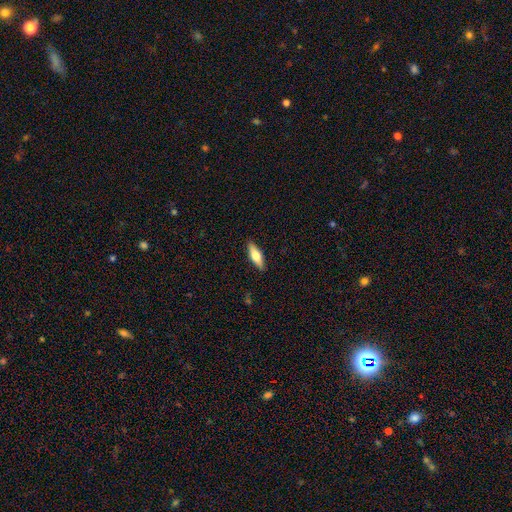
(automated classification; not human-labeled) Smooth or featured? smooth (56%)
How rounded? in between (51%)
Merging? none (89%)